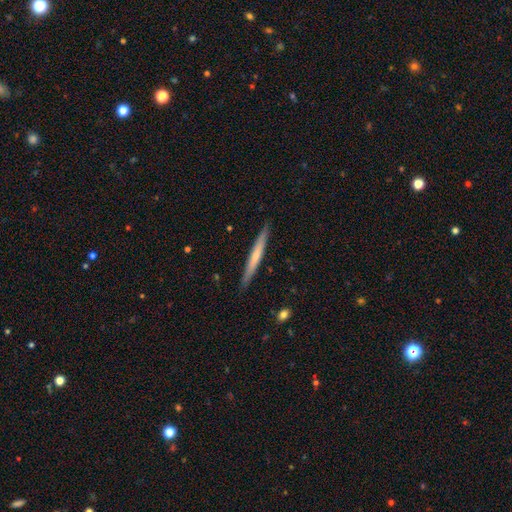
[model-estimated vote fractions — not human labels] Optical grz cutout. It shows a smooth galaxy with no disk features (49%). Merging: none (91%).